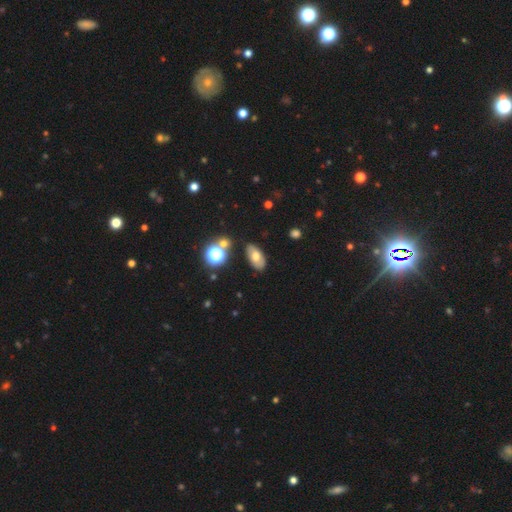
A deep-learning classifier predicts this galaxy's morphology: This is likely a smooth galaxy (61%). How rounded: clearly in between (89%). Merging: likely none (79%).